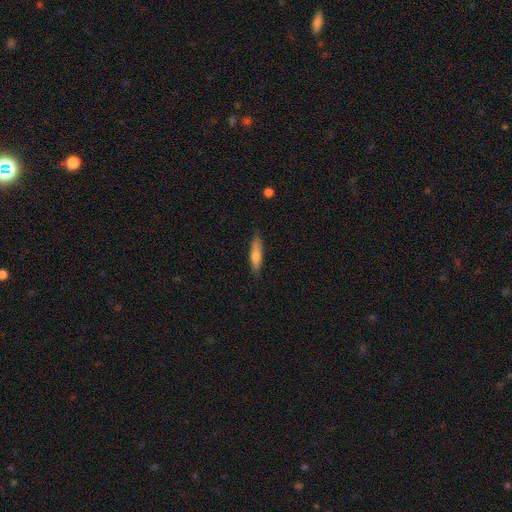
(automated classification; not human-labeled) Smooth or featured? smooth (68%)
How rounded? cigar-shaped (79%)
Merging? none (85%)